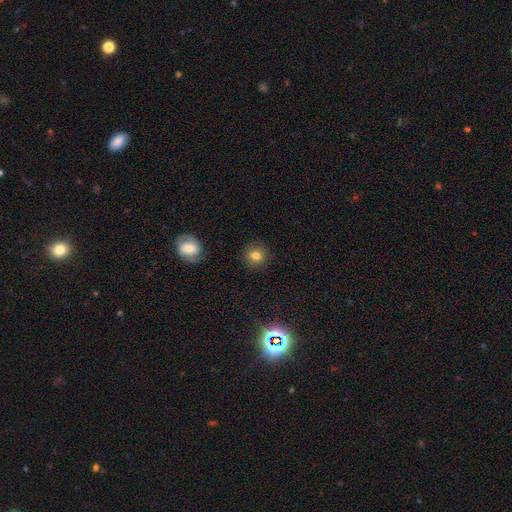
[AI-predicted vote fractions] smooth-or-featured: smooth: 79% | star or artifact: 12% | featured or disk: 8%
  how-rounded: round: 87% | in between: 12% | cigar-shaped: 1%
  merging: none: 89% | minor disturbance: 8% | major disturbance: 2% | merger: 1%